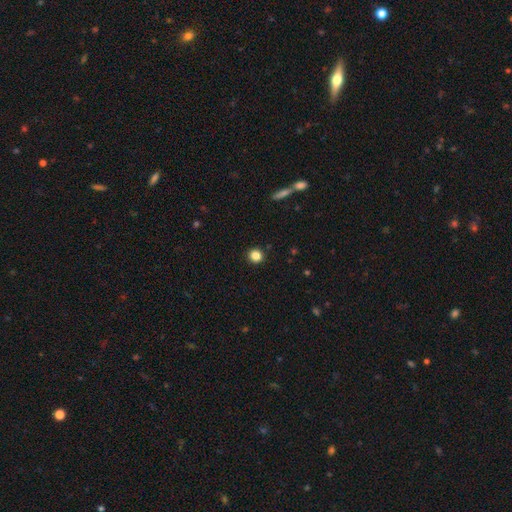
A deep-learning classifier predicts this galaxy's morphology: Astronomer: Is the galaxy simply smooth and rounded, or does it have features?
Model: smooth — 85%.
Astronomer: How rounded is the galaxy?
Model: round — 90%.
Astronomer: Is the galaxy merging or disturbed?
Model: none — 92%.